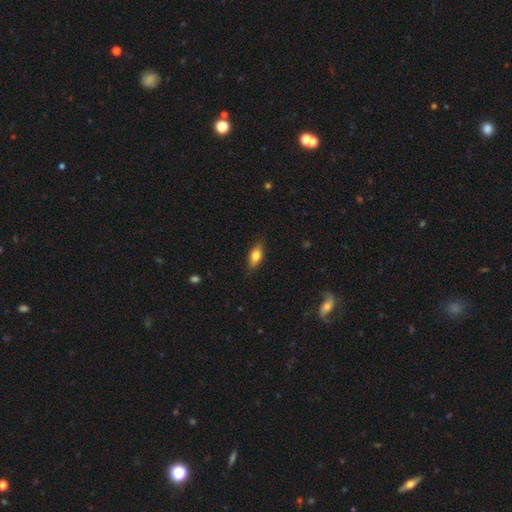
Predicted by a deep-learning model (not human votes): smooth-or-featured: smooth: 76% | featured or disk: 17% | star or artifact: 7%
  how-rounded: in between: 82% | cigar-shaped: 13% | round: 5%
  merging: none: 82% | minor disturbance: 14% | major disturbance: 3% | merger: 1%